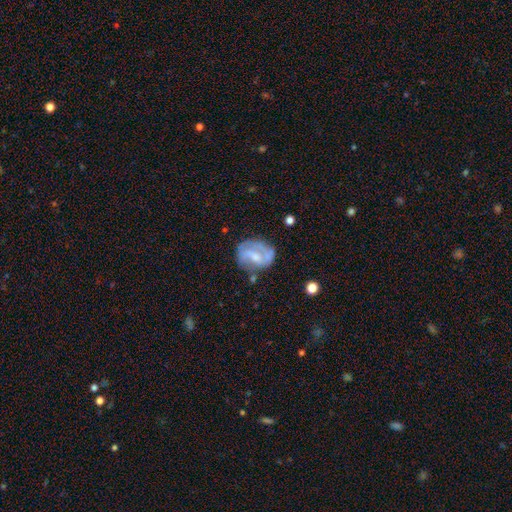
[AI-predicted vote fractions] This is likely a featured or disk galaxy (63%). It is clearly not viewed edge-on (97%). Bar: marginally weak (44%). Spiral arm pattern: likely yes (69%). Central bulge: marginally moderate (42%). Merging: possibly none (56%).